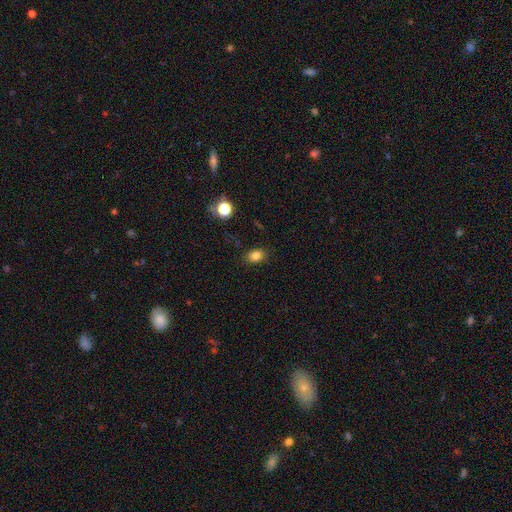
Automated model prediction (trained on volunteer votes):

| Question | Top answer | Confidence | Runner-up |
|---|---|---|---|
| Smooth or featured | smooth | 82% | star or artifact (12%) |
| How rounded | in between | 71% | round (28%) |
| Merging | none | 85% | minor disturbance (11%) |